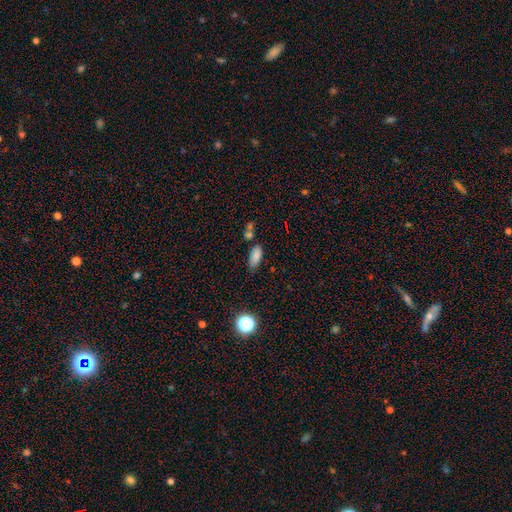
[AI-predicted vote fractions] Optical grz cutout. It shows a smooth galaxy with no disk features (80%) that is in between round and cigar-shaped (83%). Merging: none (63%).